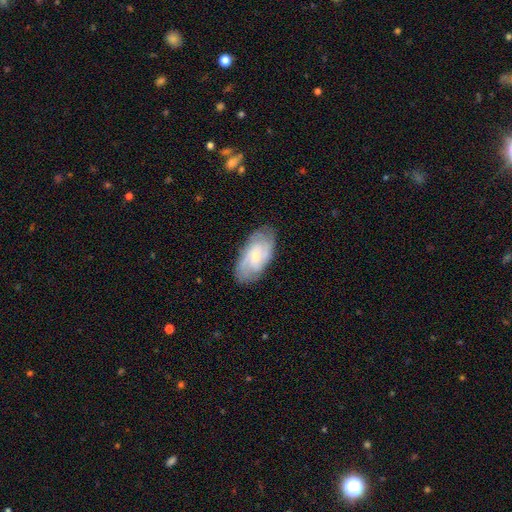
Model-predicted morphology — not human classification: featured or disk 69%, smooth 24%, star or artifact 6%. Down the decision tree: edge-on disk — no (94%); bar — no (54%); spiral arms — yes (91%); spiral arm count — can't tell (36%); spiral winding — tight (51%); bulge size — small (69%); merging — none (79%).